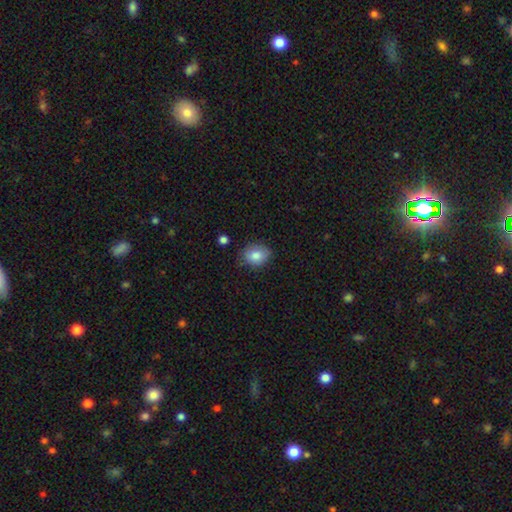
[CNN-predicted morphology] This appears to be a smooth galaxy with no disk features (83%) that is round (50%). Merging: none (78%).